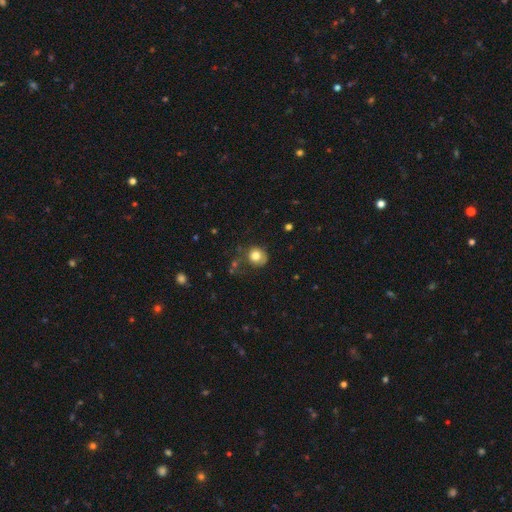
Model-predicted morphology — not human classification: Smooth or featured: smooth — 77% (featured or disk — 13%)
How rounded: round — 80% (in between — 19%)
Merging: none — 60% (minor disturbance — 23%)